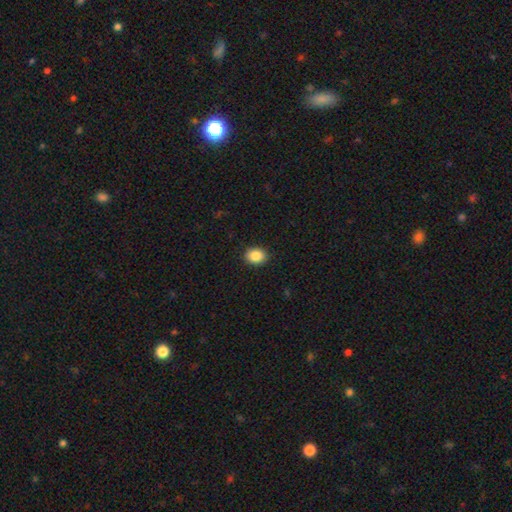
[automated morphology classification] Smooth or featured? smooth (87%)
How rounded? round (58%)
Merging? none (91%)